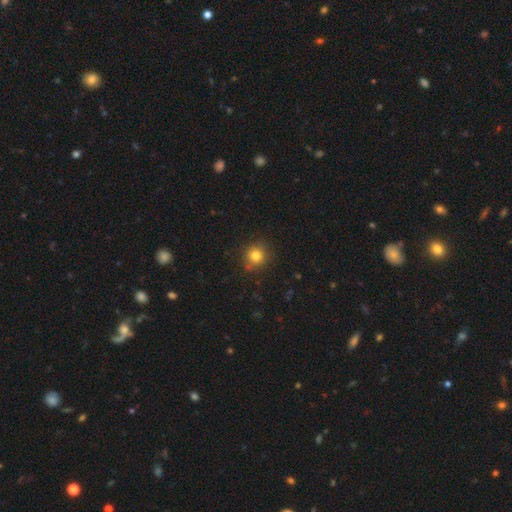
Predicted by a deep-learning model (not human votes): This is clearly a smooth galaxy (81%). How rounded: clearly round (91%). Merging: clearly none (83%).